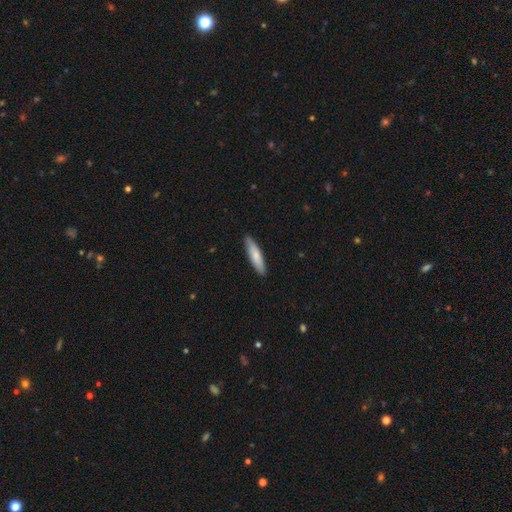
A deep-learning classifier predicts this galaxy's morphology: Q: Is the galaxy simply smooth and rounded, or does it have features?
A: smooth — 76%.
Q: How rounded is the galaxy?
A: cigar-shaped — 78%.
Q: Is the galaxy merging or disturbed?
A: none — 89%.